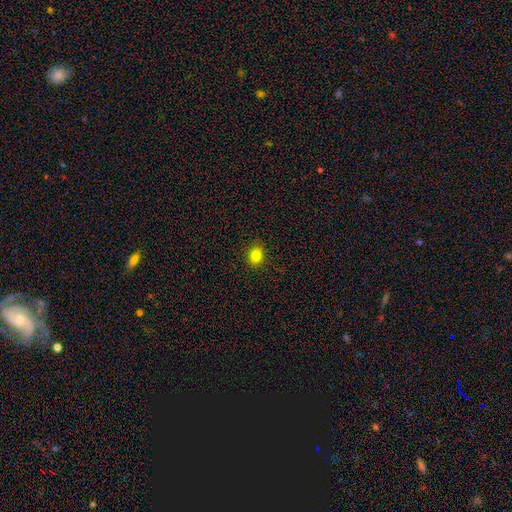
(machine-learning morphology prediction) This appears to be a smooth galaxy with no disk features (82%) that is in between round and cigar-shaped (55%). Merging: none (89%).